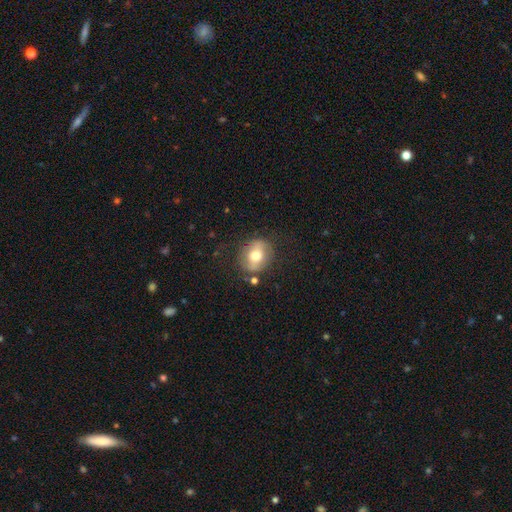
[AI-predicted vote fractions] smooth 56%, featured or disk 36%, star or artifact 8%. Down the decision tree: how rounded — round (65%); merging — none (77%).